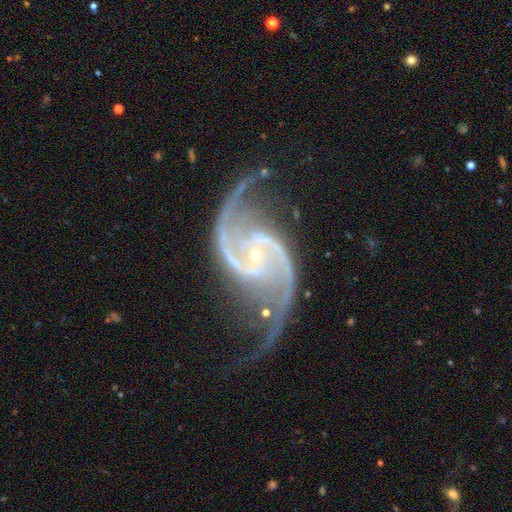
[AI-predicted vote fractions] Smooth or featured? featured or disk (94%)
Edge-on disk? no (98%)
Bar? no (49%)
Spiral arms? yes (99%)
Spiral winding? loose (52%)
Spiral arm count? 2 (93%)
Bulge size? small (85%)
Merging? none (64%)